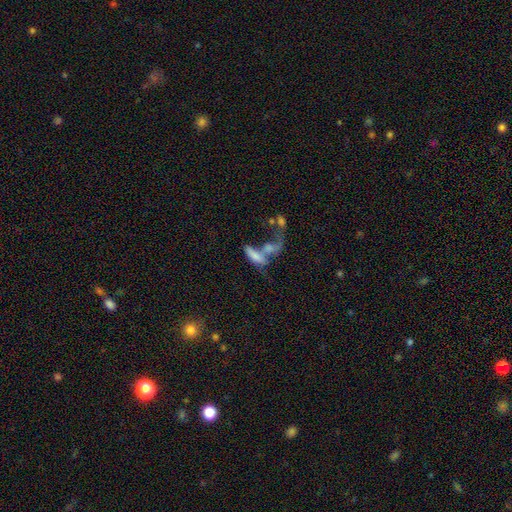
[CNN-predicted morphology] type=smooth (59%); roundness=in between (61%); merging=merger (62%).